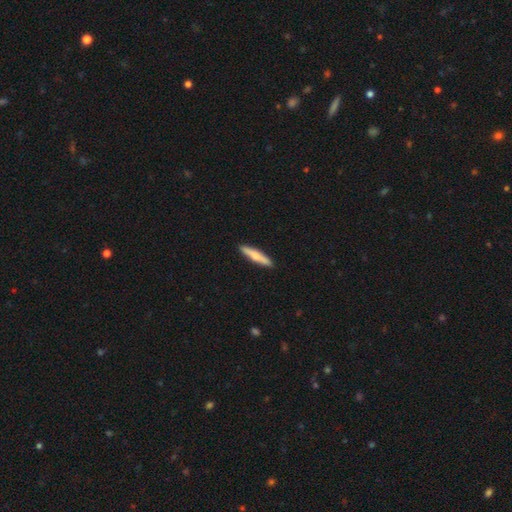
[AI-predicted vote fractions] The model was most divided on "smooth or featured": smooth: 62%, featured or disk: 33%, star or artifact: 5%. More confident: merging — none (91%); how rounded — cigar-shaped (89%).